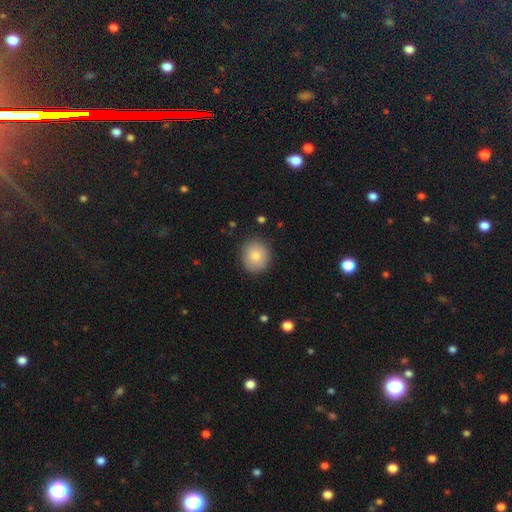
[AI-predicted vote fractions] smooth_or_featured: smooth (p=0.81) [alt: featured or disk p=0.11]
how_rounded: round (p=0.81) [alt: in between p=0.18]
merging: none (p=0.87) [alt: minor disturbance p=0.10]